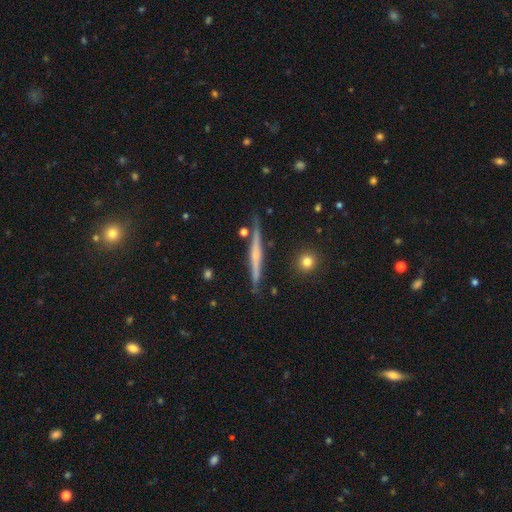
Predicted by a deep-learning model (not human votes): smooth-or-featured: featured or disk: 65% | smooth: 29% | star or artifact: 7%
  disk-edge-on: yes: 97% | no: 3%
    edge-on-bulge: none: 54% | rounded: 36% | boxy: 10%
  merging: none: 85% | minor disturbance: 11% | merger: 3% | major disturbance: 2%